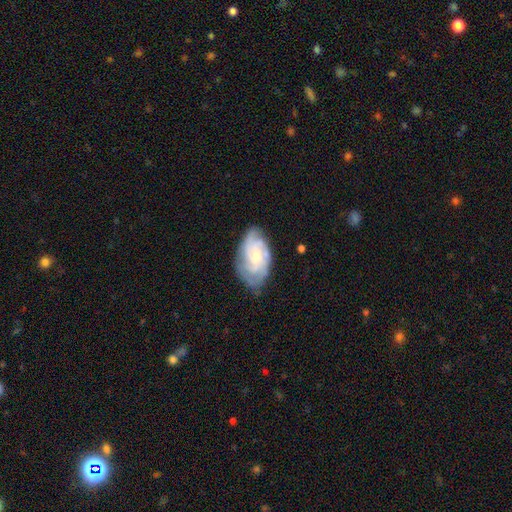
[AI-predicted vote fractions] featured or disk 77%, smooth 17%, star or artifact 6%. Down the decision tree: edge-on disk — no (96%); bar — no (59%); spiral arms — yes (95%); spiral arm count — 3 (30%); spiral winding — tight (59%); bulge size — small (54%); merging — none (71%).